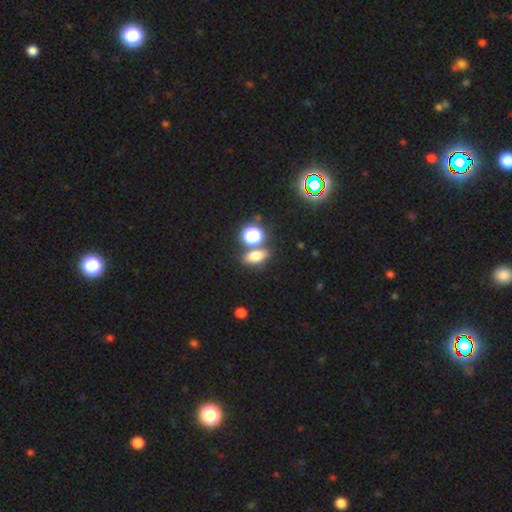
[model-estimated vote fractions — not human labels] Smooth or featured? Predicted: smooth (p=0.72). How rounded? Predicted: in between (p=0.71). Merging? Predicted: none (p=0.70).